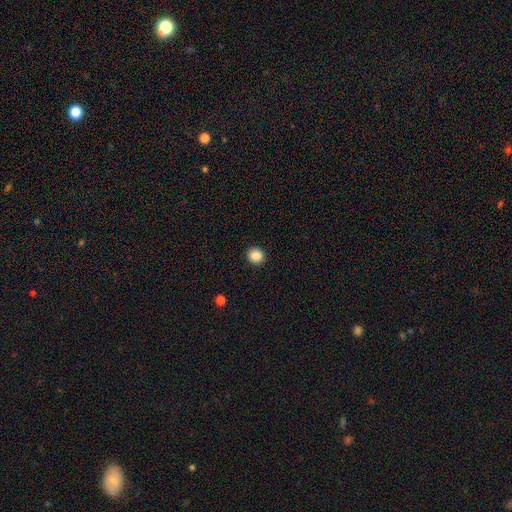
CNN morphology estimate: type=smooth (87%); roundness=round (90%); merging=none (93%).